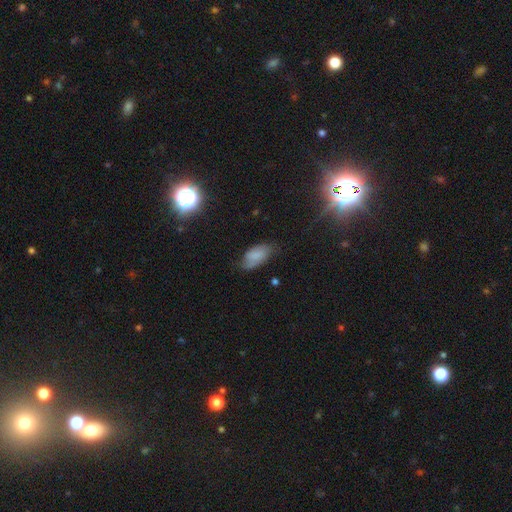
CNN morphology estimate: type=smooth (65%); roundness=in between (92%); merging=none (59%).